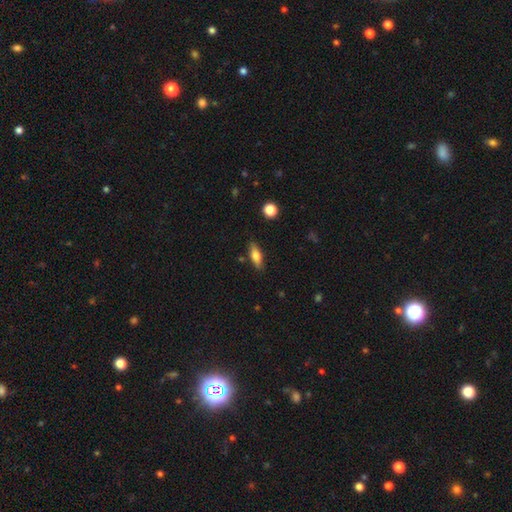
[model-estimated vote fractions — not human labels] Smooth or featured? Predicted: smooth (p=0.70). How rounded? Predicted: in between (p=0.61). Merging? Predicted: none (p=0.84).